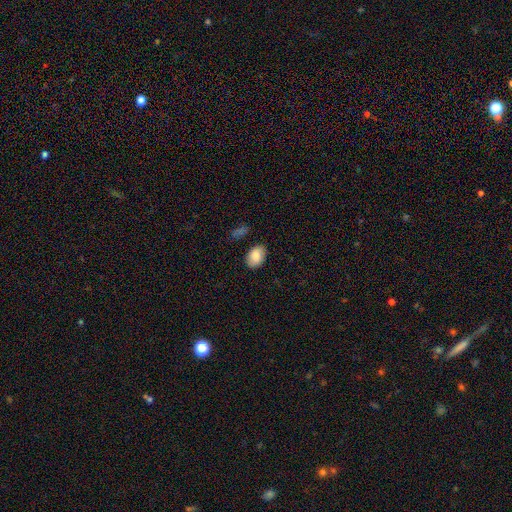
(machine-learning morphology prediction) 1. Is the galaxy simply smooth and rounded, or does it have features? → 84% smooth, 9% featured or disk, 7% star or artifact.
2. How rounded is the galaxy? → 85% in between, 14% round, 1% cigar-shaped.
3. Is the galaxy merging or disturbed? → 83% none, 12% minor disturbance, 3% major disturbance, 2% merger.